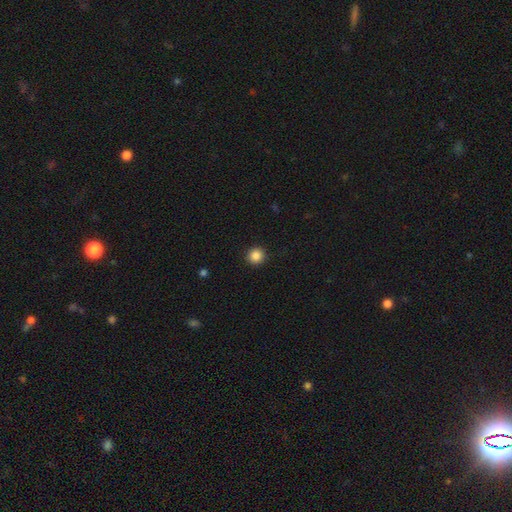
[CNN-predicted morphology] This appears to be a smooth galaxy with no disk features (86%) that is round (94%). Merging: none (93%).